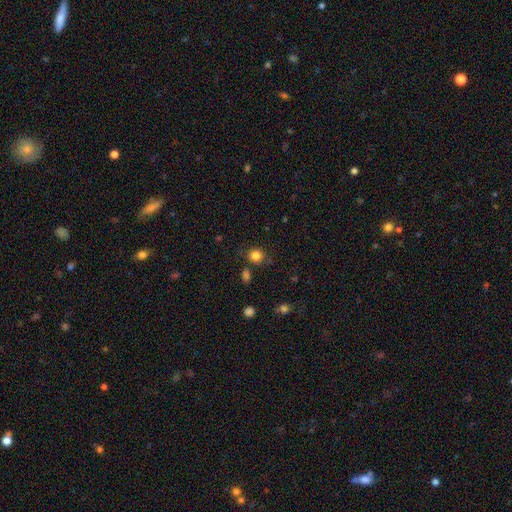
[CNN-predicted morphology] Smooth or featured? Predicted: smooth (p=0.83). How rounded? Predicted: round (p=0.81). Merging? Predicted: none (p=0.78).